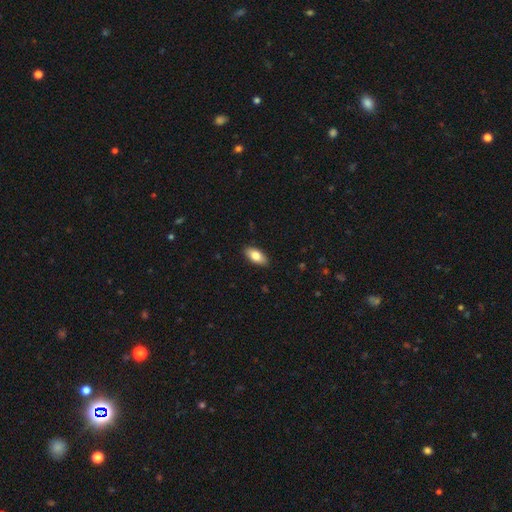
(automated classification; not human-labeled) Morphology: type=smooth (81%); roundness=in between (90%); merging=none (88%).